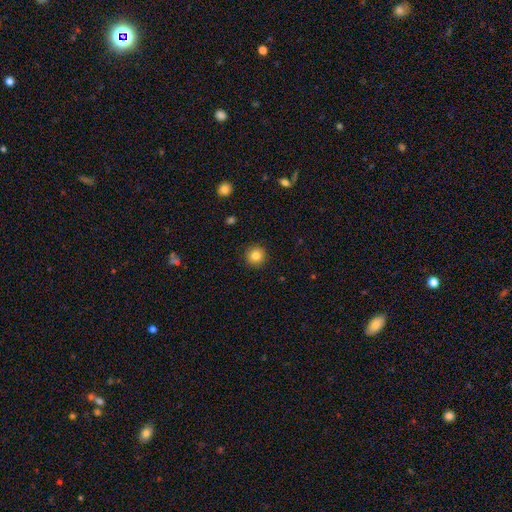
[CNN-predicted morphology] smooth_or_featured: smooth (p=0.84) [alt: star or artifact p=0.10]
how_rounded: round (p=0.94) [alt: in between p=0.05]
merging: none (p=0.92) [alt: minor disturbance p=0.06]